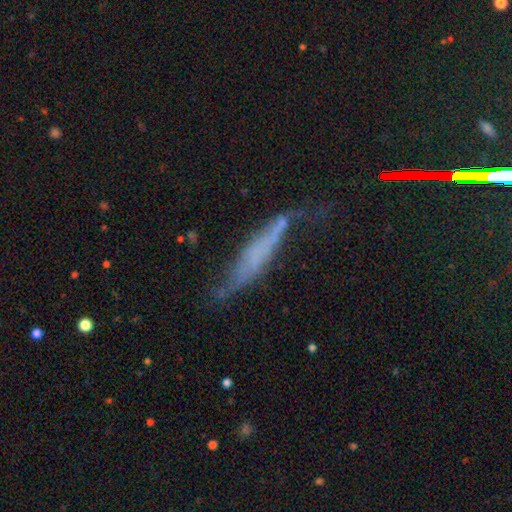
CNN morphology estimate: A featured or disk galaxy (49%). Merging: none (40%).